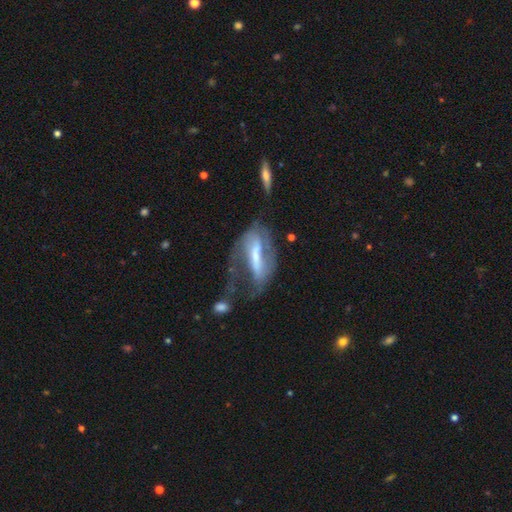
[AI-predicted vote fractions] Smooth or featured? Predicted: featured or disk (p=0.71). Edge-on disk? Predicted: no (p=0.83). Bar? Predicted: strong (p=0.58). Spiral arms? Predicted: yes (p=0.71). Bulge size? Predicted: small (p=0.38). Merging? Predicted: major disturbance (p=0.42).